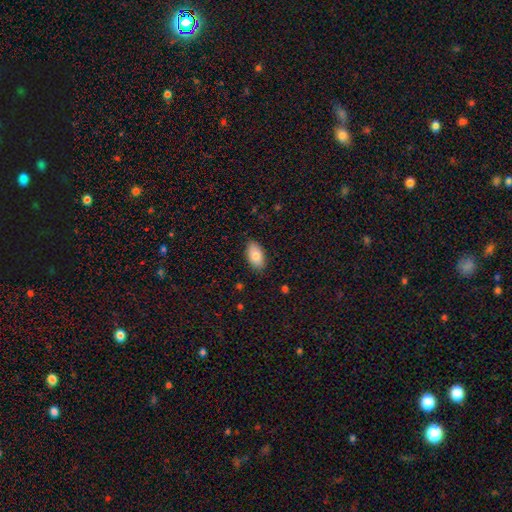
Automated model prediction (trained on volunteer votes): smooth_or_featured: smooth (p=0.83) [alt: featured or disk p=0.10]
how_rounded: in between (p=0.94) [alt: round p=0.03]
merging: none (p=0.86) [alt: minor disturbance p=0.11]